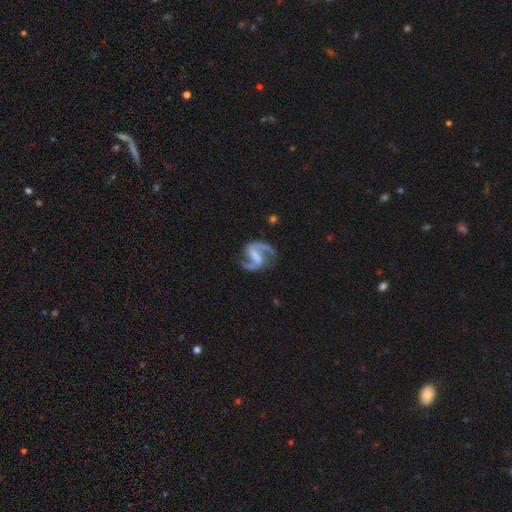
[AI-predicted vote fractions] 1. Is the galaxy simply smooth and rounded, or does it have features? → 89% featured or disk, 6% smooth, 5% star or artifact.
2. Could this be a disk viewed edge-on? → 98% no, 2% yes.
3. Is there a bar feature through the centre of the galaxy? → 56% strong, 33% weak, 11% no.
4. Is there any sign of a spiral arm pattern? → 96% yes, 4% no.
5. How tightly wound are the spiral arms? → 56% medium, 31% loose, 14% tight.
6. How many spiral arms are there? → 92% 2, 2% 1, 2% can't tell, 1% 3, 1% 4, 1% more than 4.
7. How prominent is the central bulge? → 52% none, 21% small, 18% moderate, 7% large, 1% dominant.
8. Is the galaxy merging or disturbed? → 71% none, 16% minor disturbance, 10% major disturbance, 3% merger.